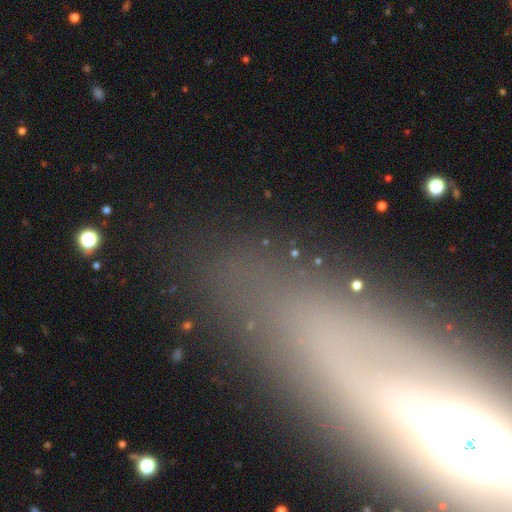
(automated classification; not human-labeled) This appears to be a smooth galaxy with no disk features (34%). Merging: none (77%).